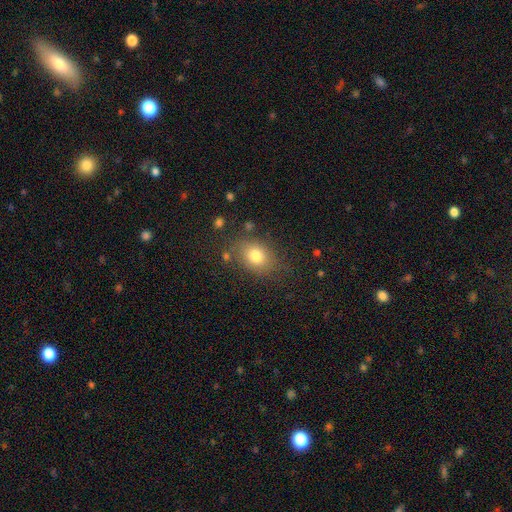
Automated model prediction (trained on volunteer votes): A smooth galaxy with no disk features (78%) that is in between round and cigar-shaped (59%).

Vote fractions:
- Smooth or featured? smooth: 78% / star or artifact: 11% / featured or disk: 11%
- How rounded? in between: 59% / round: 40% / cigar-shaped: 1%
- Merging? none: 76% / minor disturbance: 15% / major disturbance: 6% / merger: 3%